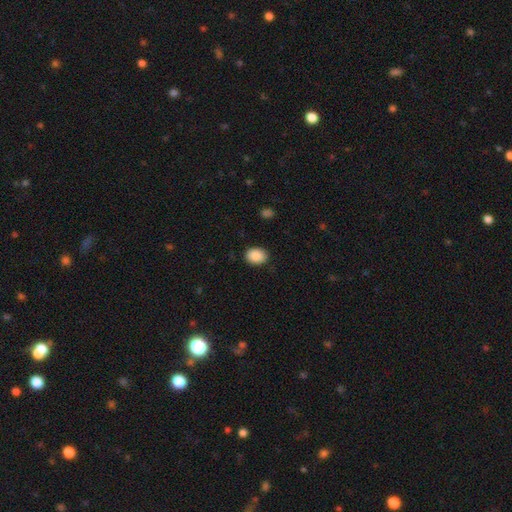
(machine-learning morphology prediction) This appears to be a smooth galaxy with no disk features (90%) that is in between round and cigar-shaped (68%). Merging: none (87%).